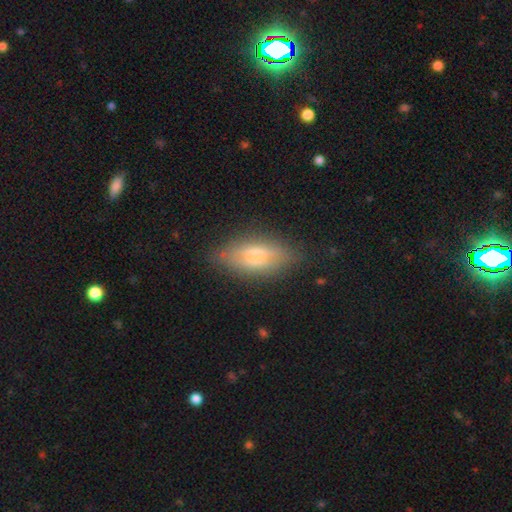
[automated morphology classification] This is possibly a smooth galaxy (49%). Merging: likely none (77%).